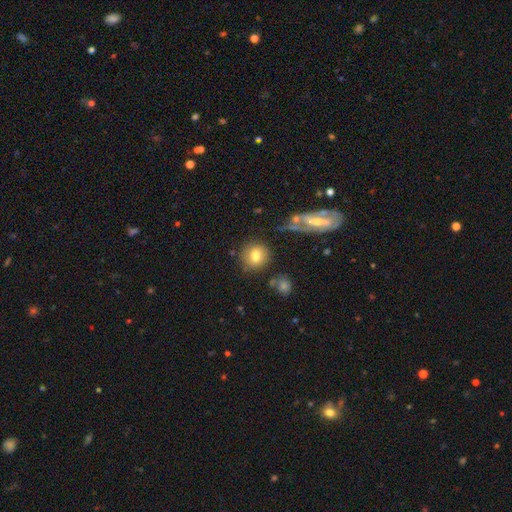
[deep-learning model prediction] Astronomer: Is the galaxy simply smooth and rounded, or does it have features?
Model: smooth — 77%.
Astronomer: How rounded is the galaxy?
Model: round — 85%.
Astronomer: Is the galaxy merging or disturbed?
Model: none — 77%.